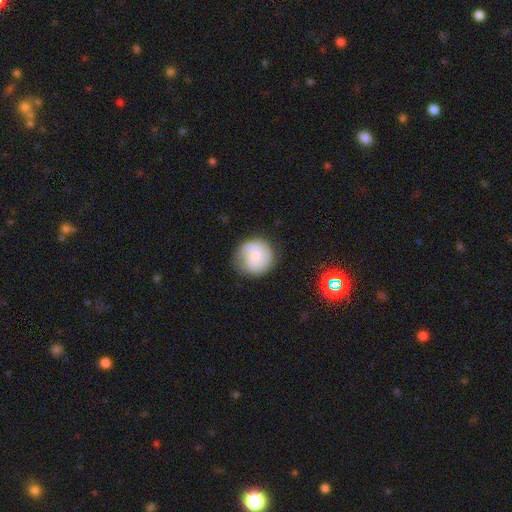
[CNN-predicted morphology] type=featured or disk (65%); edge-on=no (98%); bar=no (60%); spiral arms=yes (94%); winding=medium (45%); arm count=2 (71%); bulge=small (56%); merging=none (79%).